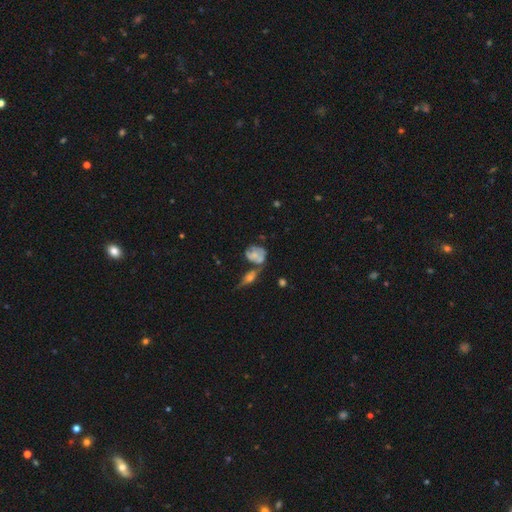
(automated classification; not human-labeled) smooth-or-featured: featured or disk: 51% | smooth: 40% | star or artifact: 9%
  disk-edge-on: no: 92% | yes: 8%
  merging: merger: 34% | none: 33% | minor disturbance: 19% | major disturbance: 13%